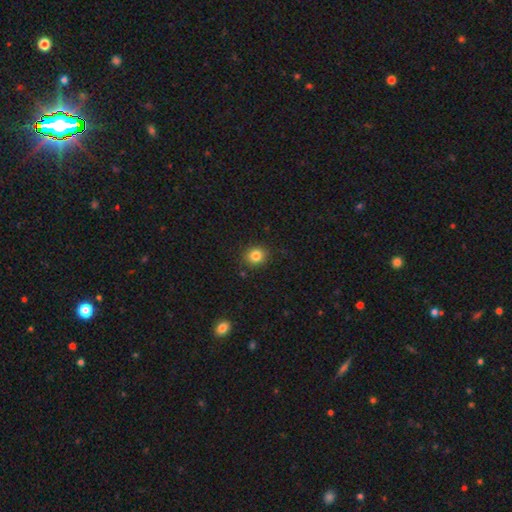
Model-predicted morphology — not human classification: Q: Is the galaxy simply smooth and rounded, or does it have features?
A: smooth — 83%.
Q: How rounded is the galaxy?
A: round — 82%.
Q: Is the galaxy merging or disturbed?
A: none — 88%.